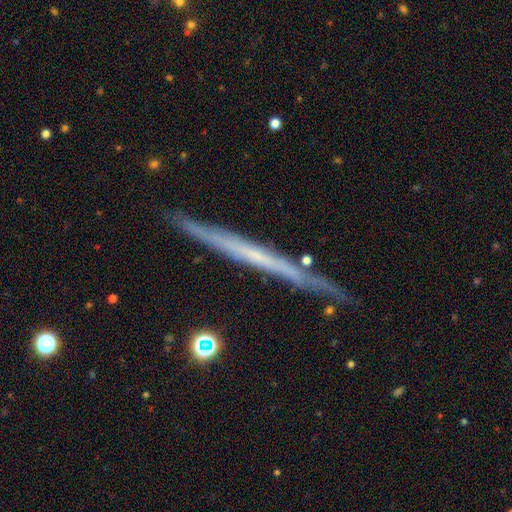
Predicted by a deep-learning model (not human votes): This appears to be a featured or disk galaxy (68%) viewed edge-on (95%) with no central bulge (85%). Merging: none (85%).